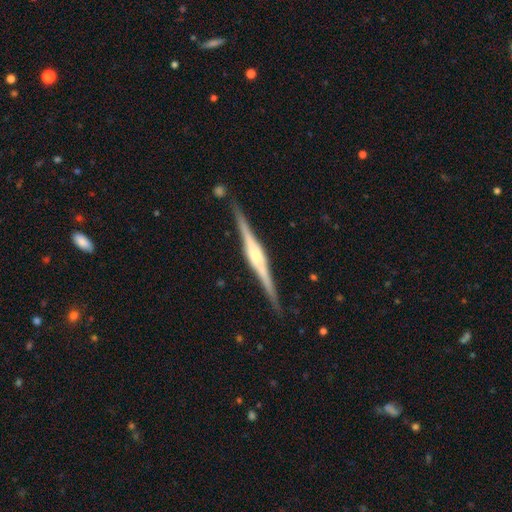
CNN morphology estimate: A featured or disk galaxy (86%) viewed edge-on (99%) with a rounded central bulge (68%).

Vote fractions:
- Smooth or featured? featured or disk: 86% / smooth: 9% / star or artifact: 5%
- Edge-on disk? yes: 99% / no: 1%
- Edge-on bulge? rounded: 68% / boxy: 27% / none: 5%
- Merging? none: 89% / minor disturbance: 8% / major disturbance: 1% / merger: 1%